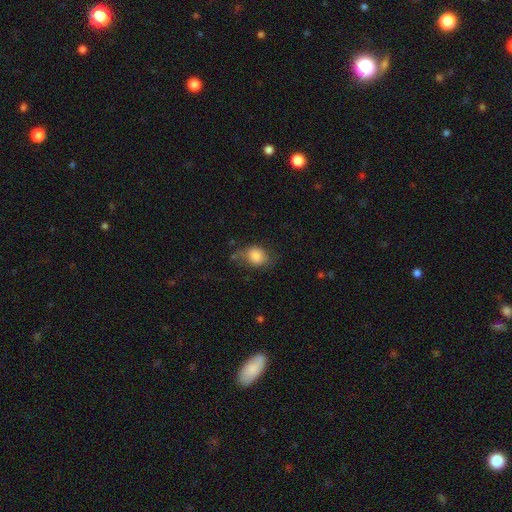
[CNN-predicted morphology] smooth 79%, featured or disk 12%, star or artifact 9%. Down the decision tree: how rounded — round (49%, tied with in between); merging — none (53%).